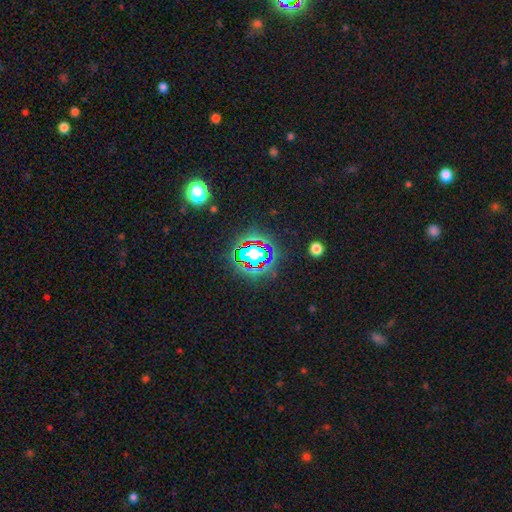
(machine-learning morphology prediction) Smooth or featured: star or artifact — 61% (smooth — 25%)